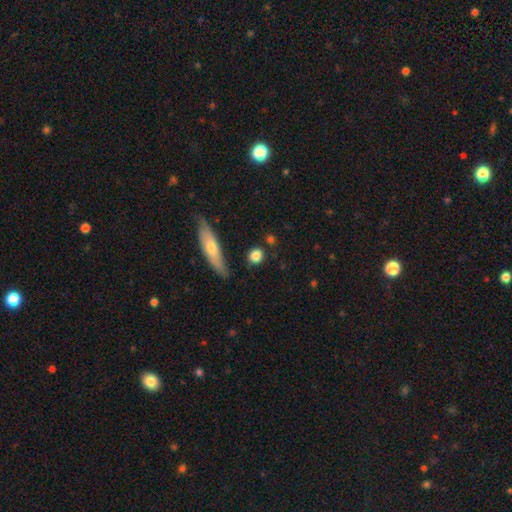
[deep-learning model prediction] Morphology: type=smooth (83%); roundness=round (79%); merging=none (82%).